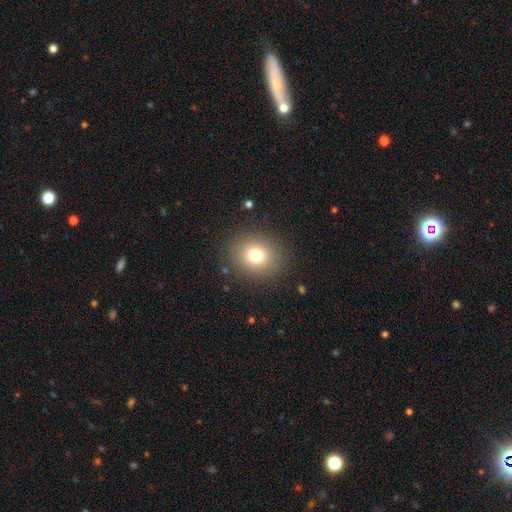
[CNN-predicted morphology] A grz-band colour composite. It shows a smooth galaxy with no disk features (77%) that is round (74%). Merging: none (87%).